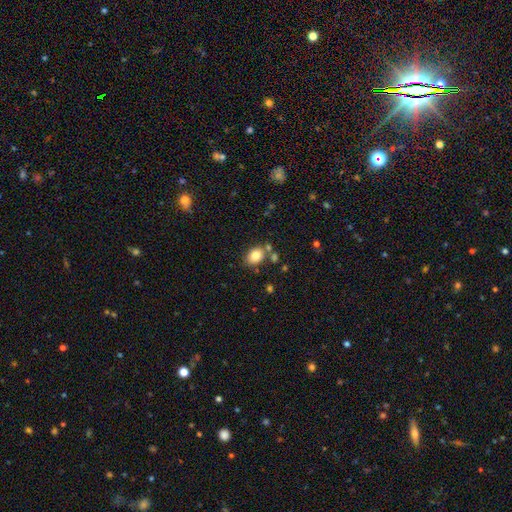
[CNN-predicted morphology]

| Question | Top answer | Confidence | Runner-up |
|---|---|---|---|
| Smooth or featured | smooth | 83% | star or artifact (9%) |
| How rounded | in between | 66% | round (33%) |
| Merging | none | 69% | minor disturbance (13%) |